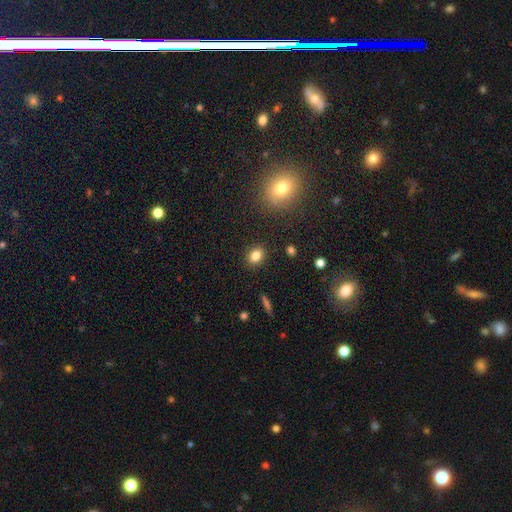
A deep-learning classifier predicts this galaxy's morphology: smooth_or_featured: smooth (p=0.82) [alt: star or artifact p=0.11]
how_rounded: in between (p=0.61) [alt: round p=0.38]
merging: none (p=0.88) [alt: minor disturbance p=0.08]